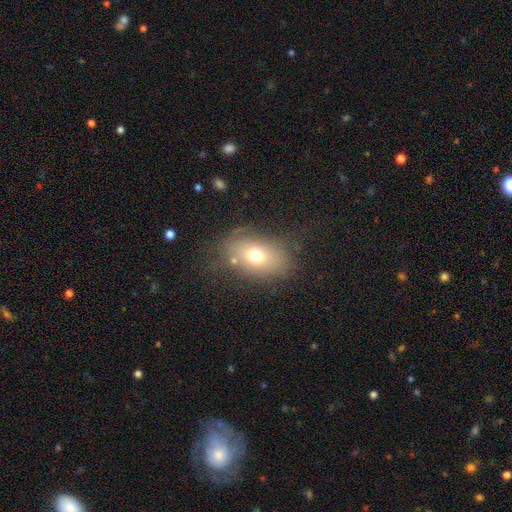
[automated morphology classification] This appears to be a smooth galaxy with no disk features (68%) that is in between round and cigar-shaped (78%). Merging: none (70%).